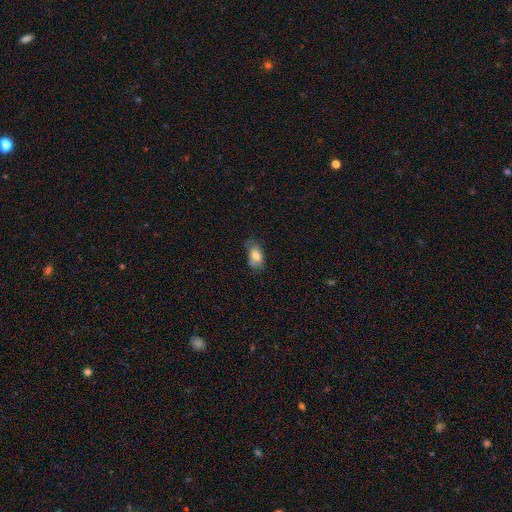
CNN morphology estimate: Smooth or featured?
  - smooth: 75% *
  - featured or disk: 17%
  - star or artifact: 8%
How rounded?
  - in between: 91% *
  - round: 6%
  - cigar-shaped: 3%
Merging?
  - none: 56% *
  - minor disturbance: 31%
  - major disturbance: 11%
  - merger: 2%